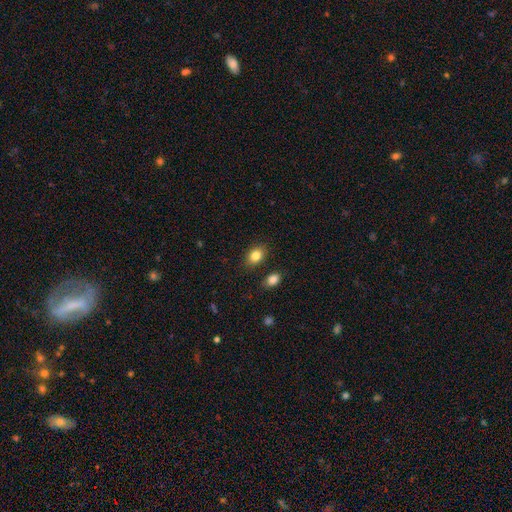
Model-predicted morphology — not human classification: smooth-or-featured: smooth: 84% | star or artifact: 9% | featured or disk: 7%
  how-rounded: in between: 73% | round: 26% | cigar-shaped: 1%
  merging: none: 82% | minor disturbance: 11% | merger: 4% | major disturbance: 3%